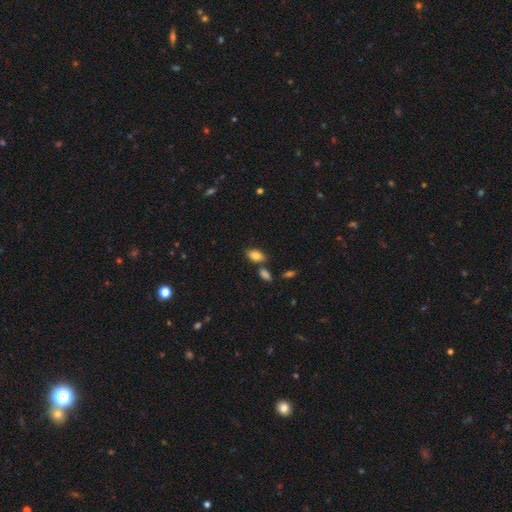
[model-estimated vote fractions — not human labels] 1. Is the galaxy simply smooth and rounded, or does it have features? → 84% smooth, 8% star or artifact, 8% featured or disk.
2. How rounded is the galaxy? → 91% in between, 6% round, 3% cigar-shaped.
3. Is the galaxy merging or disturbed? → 69% none, 14% merger, 13% minor disturbance, 3% major disturbance.